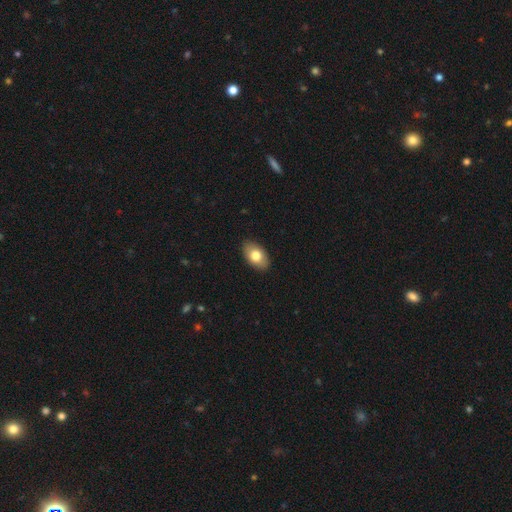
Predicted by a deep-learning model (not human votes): This appears to be a smooth galaxy with no disk features (77%) that is in between round and cigar-shaped (91%). Merging: none (89%).